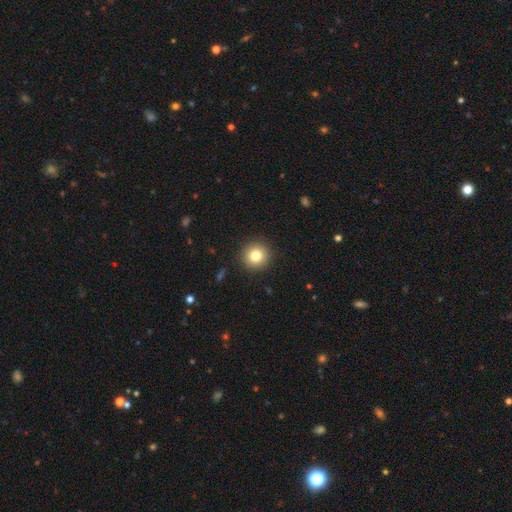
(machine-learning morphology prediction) Smooth or featured: smooth — 81% (star or artifact — 11%)
How rounded: round — 94% (in between — 5%)
Merging: none — 91% (minor disturbance — 6%)